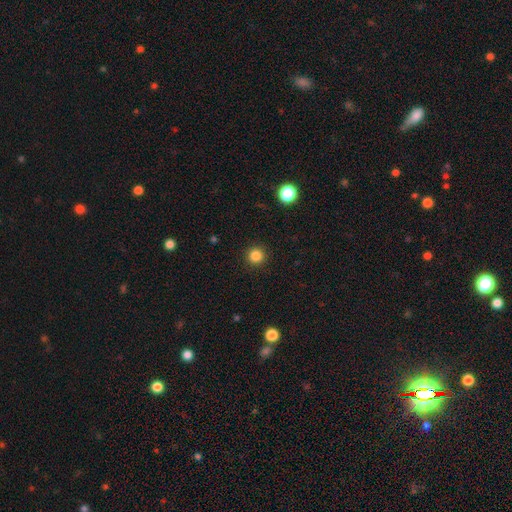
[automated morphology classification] Overall: smooth (84%). How rounded: round (95%). Merging: none (93%).